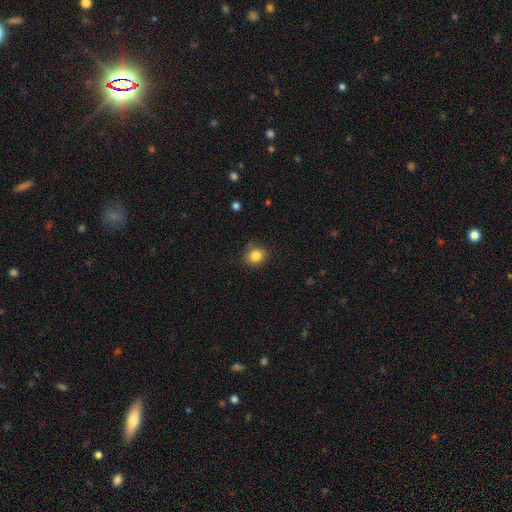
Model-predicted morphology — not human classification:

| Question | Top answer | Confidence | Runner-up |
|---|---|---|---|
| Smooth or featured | smooth | 84% | star or artifact (11%) |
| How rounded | round | 80% | in between (19%) |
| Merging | none | 84% | minor disturbance (12%) |